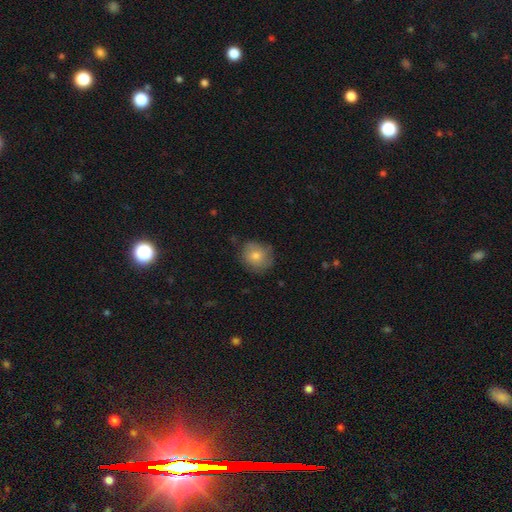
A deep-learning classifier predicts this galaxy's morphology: A smooth galaxy with no disk features (73%) that is round (80%). Merging: none (76%).